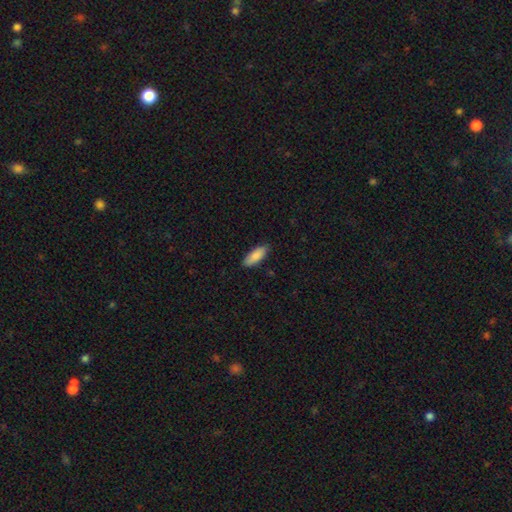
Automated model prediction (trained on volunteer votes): Smooth or featured? smooth (87%)
How rounded? in between (73%)
Merging? none (86%)